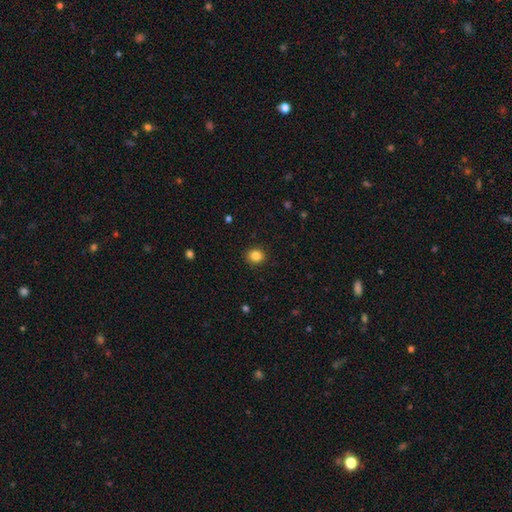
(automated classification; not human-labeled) This is clearly a smooth galaxy (85%). How rounded: likely round (78%). Merging: clearly none (91%).